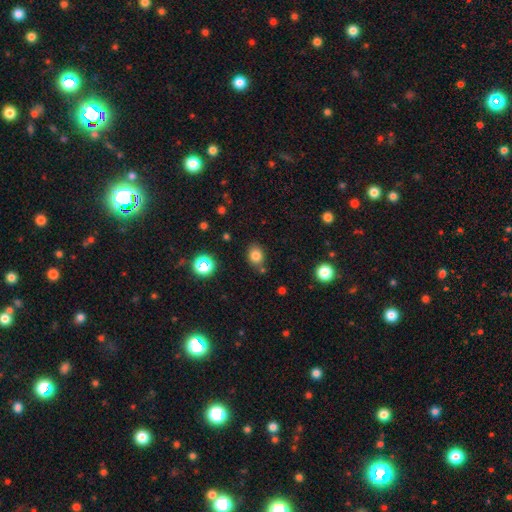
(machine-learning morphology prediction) smooth-or-featured: smooth: 80% | star or artifact: 13% | featured or disk: 7%
  how-rounded: in between: 52% | round: 47% | cigar-shaped: 1%
  merging: none: 77% | minor disturbance: 14% | merger: 6% | major disturbance: 3%